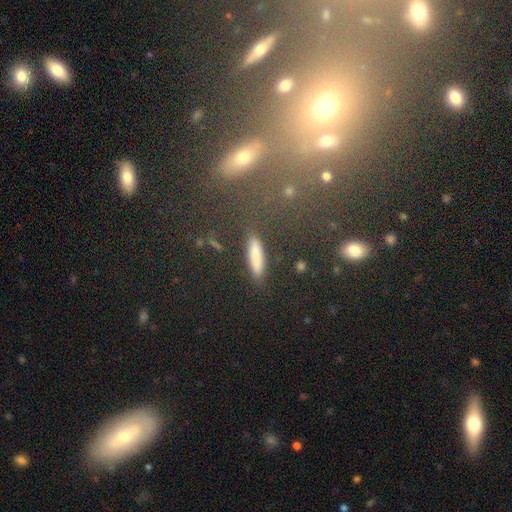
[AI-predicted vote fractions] smooth-or-featured: smooth: 80% | star or artifact: 11% | featured or disk: 10%
  how-rounded: cigar-shaped: 70% | in between: 26% | round: 4%
  merging: none: 86% | minor disturbance: 9% | major disturbance: 3% | merger: 2%